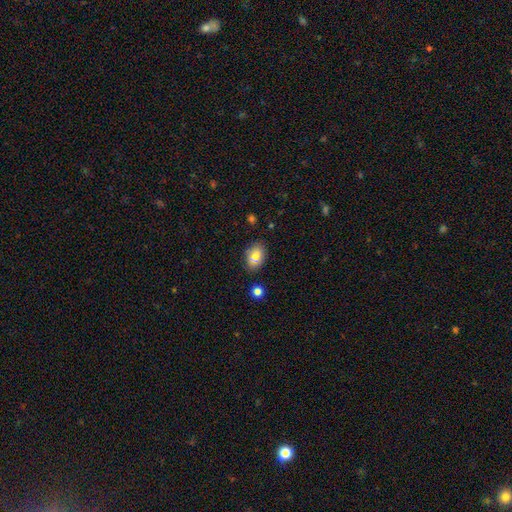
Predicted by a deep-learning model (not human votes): Overall: smooth (75%). How rounded: in between (82%). Merging: none (73%).